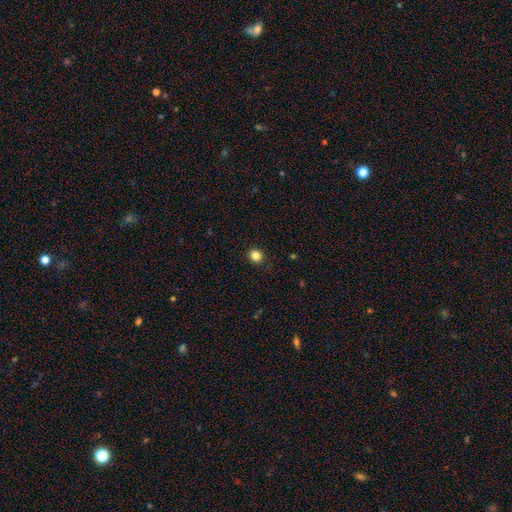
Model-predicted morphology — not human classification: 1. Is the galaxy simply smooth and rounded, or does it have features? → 84% smooth, 12% star or artifact, 4% featured or disk.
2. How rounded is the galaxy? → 86% round, 13% in between, 1% cigar-shaped.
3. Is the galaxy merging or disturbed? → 91% none, 7% minor disturbance, 2% major disturbance, 1% merger.